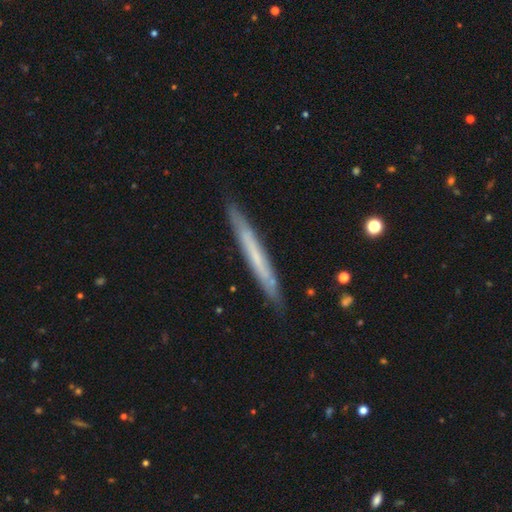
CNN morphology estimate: Smooth or featured? Predicted: featured or disk (p=0.51). Edge-on disk? Predicted: yes (p=0.90). Merging? Predicted: none (p=0.88).